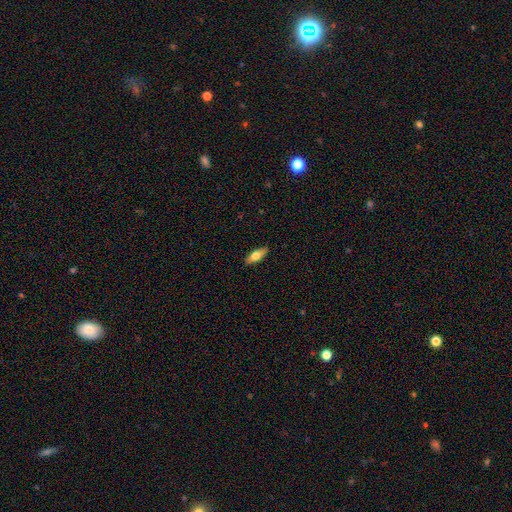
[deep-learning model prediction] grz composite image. It shows a smooth galaxy with no disk features (64%) that is in between round and cigar-shaped (66%). Merging: none (89%).